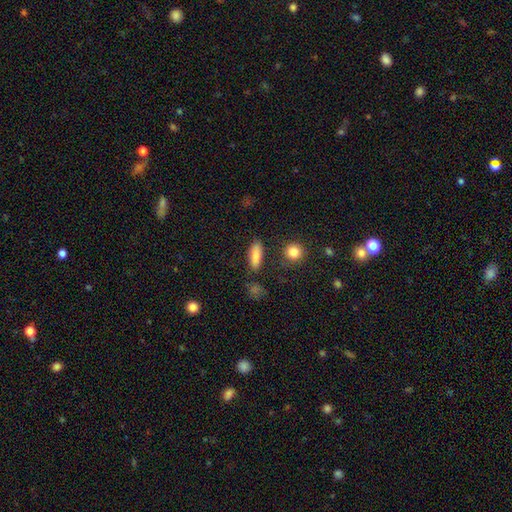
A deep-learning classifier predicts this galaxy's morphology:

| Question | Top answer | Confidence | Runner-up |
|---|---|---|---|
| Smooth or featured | smooth | 84% | featured or disk (8%) |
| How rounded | in between | 64% | cigar-shaped (32%) |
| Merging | none | 83% | minor disturbance (11%) |